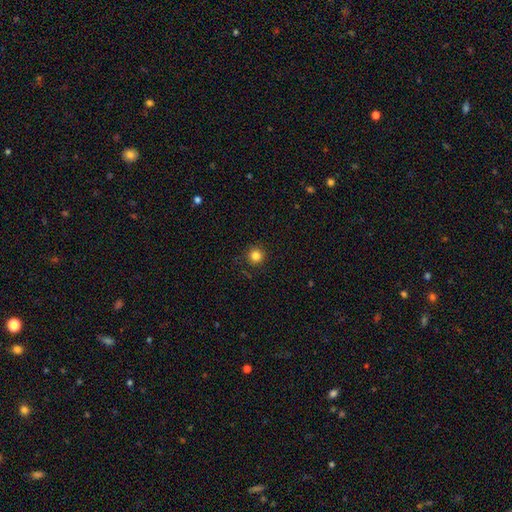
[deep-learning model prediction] Smooth or featured? Predicted: smooth (p=0.83). How rounded? Predicted: round (p=0.95). Merging? Predicted: none (p=0.90).